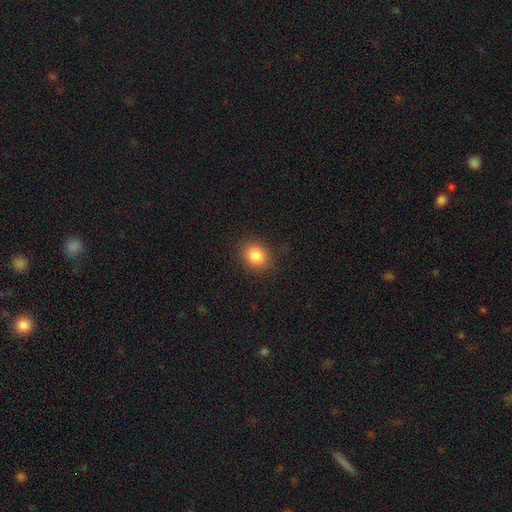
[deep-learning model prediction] A smooth galaxy with no disk features (84%) that is round (58%).

Vote fractions:
- Smooth or featured? smooth: 84% / star or artifact: 10% / featured or disk: 6%
- How rounded? round: 58% / in between: 41% / cigar-shaped: 1%
- Merging? none: 87% / minor disturbance: 9% / major disturbance: 3% / merger: 1%